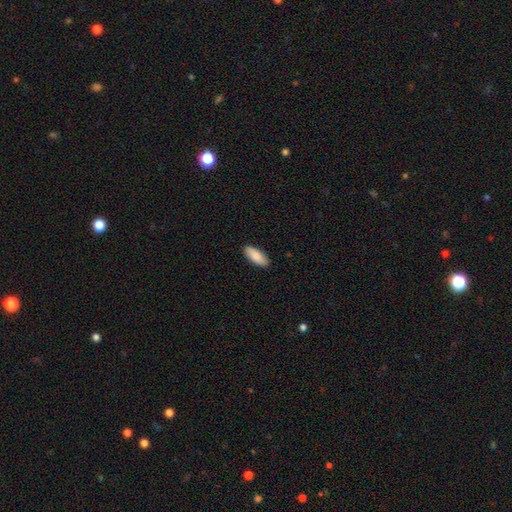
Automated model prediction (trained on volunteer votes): A smooth galaxy with no disk features (88%) that is in between round and cigar-shaped (83%). Merging: none (90%).